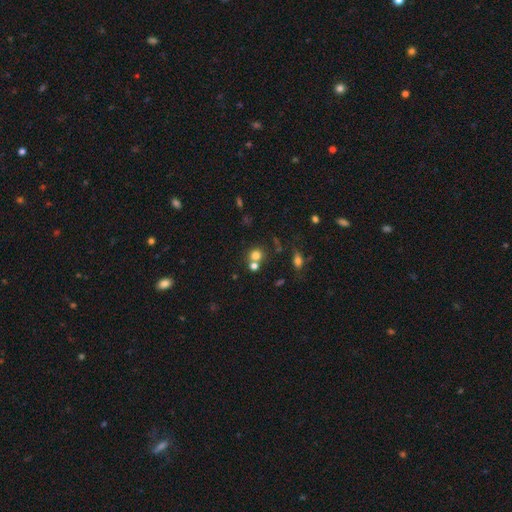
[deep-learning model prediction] smooth-or-featured: smooth: 73% | star or artifact: 17% | featured or disk: 9%
  how-rounded: round: 86% | in between: 13% | cigar-shaped: 1%
  merging: none: 57% | merger: 32% | minor disturbance: 8% | major disturbance: 4%